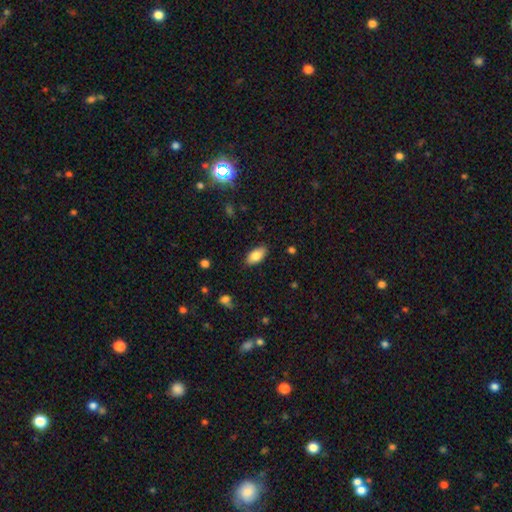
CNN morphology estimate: smooth-or-featured: smooth: 82% | featured or disk: 11% | star or artifact: 7%
  how-rounded: in between: 91% | cigar-shaped: 6% | round: 3%
  merging: none: 86% | minor disturbance: 11% | major disturbance: 2% | merger: 1%